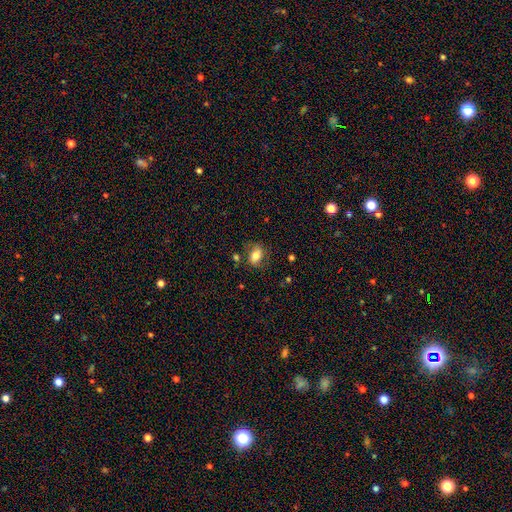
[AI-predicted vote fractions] Smooth or featured: smooth — 69% (featured or disk — 22%)
How rounded: in between — 79% (round — 19%)
Merging: none — 70% (minor disturbance — 19%)